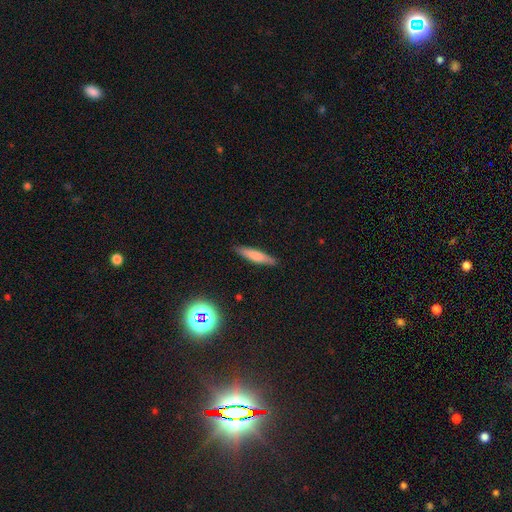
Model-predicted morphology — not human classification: smooth-or-featured: smooth: 70% | featured or disk: 22% | star or artifact: 7%
  how-rounded: cigar-shaped: 84% | in between: 15% | round: 2%
  merging: none: 88% | minor disturbance: 9% | major disturbance: 2% | merger: 1%